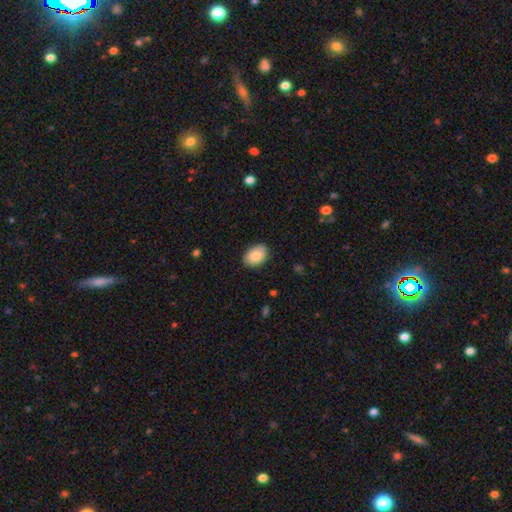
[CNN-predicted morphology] This is clearly a smooth galaxy (87%). How rounded: clearly in between (85%). Merging: clearly none (85%).